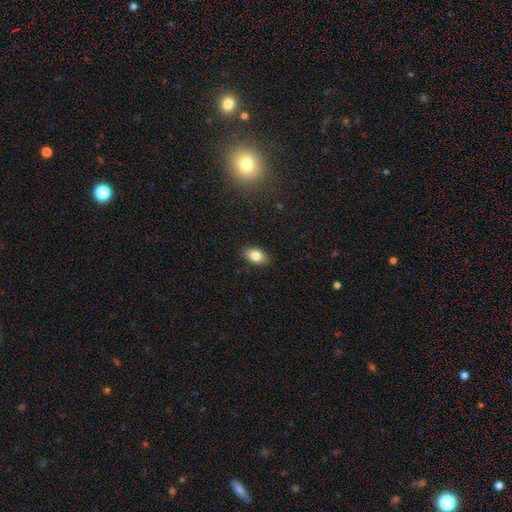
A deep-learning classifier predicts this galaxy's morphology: Q: Smooth or featured?
A: smooth (83%); runner-up: featured or disk (9%)
Q: How rounded?
A: in between (90%); runner-up: round (8%)
Q: Merging?
A: none (88%); runner-up: minor disturbance (9%)